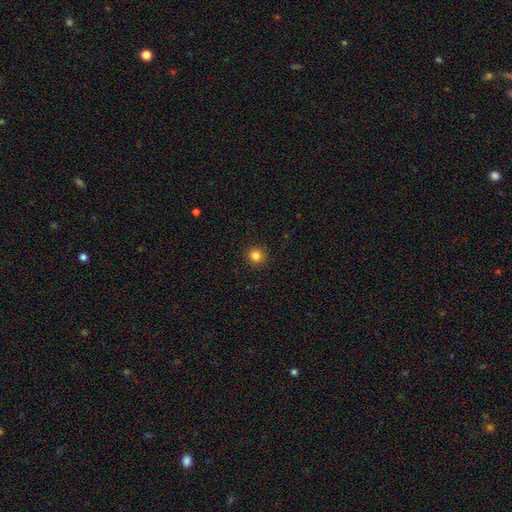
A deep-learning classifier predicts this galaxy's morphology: smooth_or_featured: smooth (p=0.84) [alt: star or artifact p=0.12]
how_rounded: round (p=0.94) [alt: in between p=0.06]
merging: none (p=0.92) [alt: minor disturbance p=0.05]